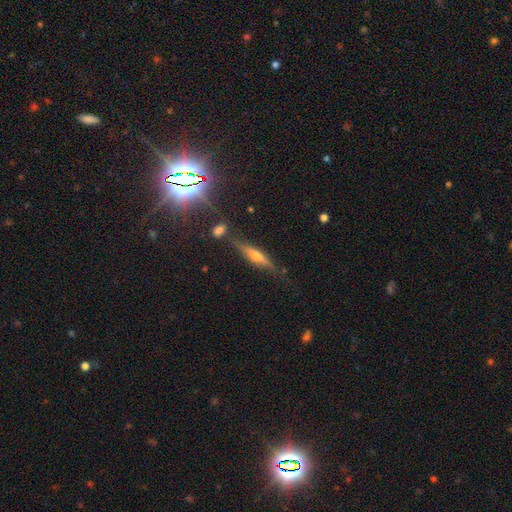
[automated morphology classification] smooth_or_featured: featured or disk (p=0.62) [alt: smooth p=0.27]
disk_edge_on: yes (p=0.93) [alt: no p=0.07]
edge_on_bulge: rounded (p=0.86) [alt: boxy p=0.08]
merging: none (p=0.77) [alt: minor disturbance p=0.14]